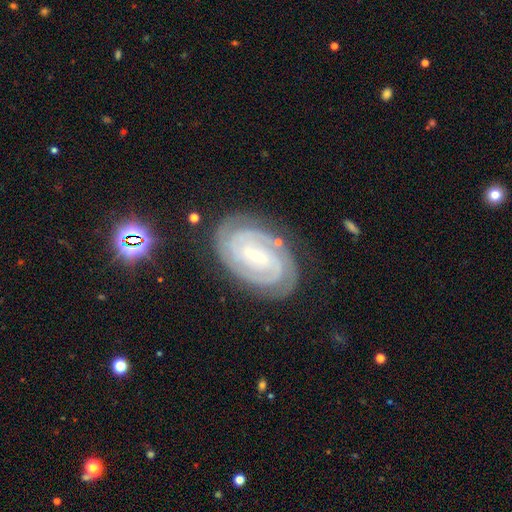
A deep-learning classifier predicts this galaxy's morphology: Smooth or featured?
  - featured or disk: 90% *
  - star or artifact: 5%
  - smooth: 5%
Edge-on disk?
  - no: 97% *
  - yes: 3%
Bar?
  - weak: 43% *
  - strong: 30%
  - no: 27%
Spiral arms?
  - yes: 98% *
  - no: 2%
Spiral winding?
  - tight: 80% *
  - medium: 17%
  - loose: 2%
Spiral arm count?
  - 2: 56% *
  - 3: 18%
  - can't tell: 11%
  - 4: 7%
  - more than 4: 4%
  - 1: 4%
Bulge size?
  - small: 75% *
  - moderate: 20%
  - none: 2%
  - large: 1%
  - dominant: 1%
Merging?
  - none: 80% *
  - minor disturbance: 14%
  - major disturbance: 4%
  - merger: 2%